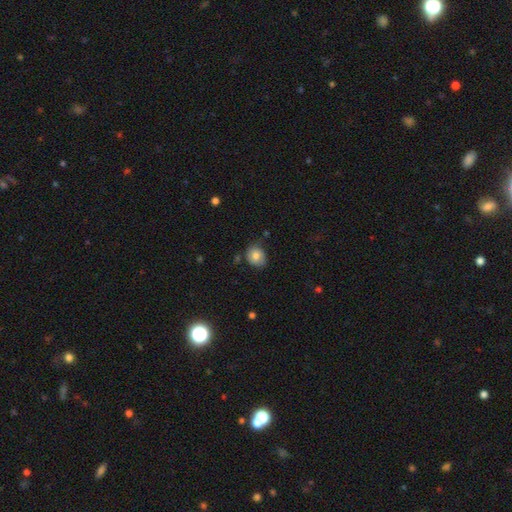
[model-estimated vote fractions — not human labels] Smooth or featured? Predicted: smooth (p=0.79). How rounded? Predicted: round (p=0.64). Merging? Predicted: none (p=0.68).